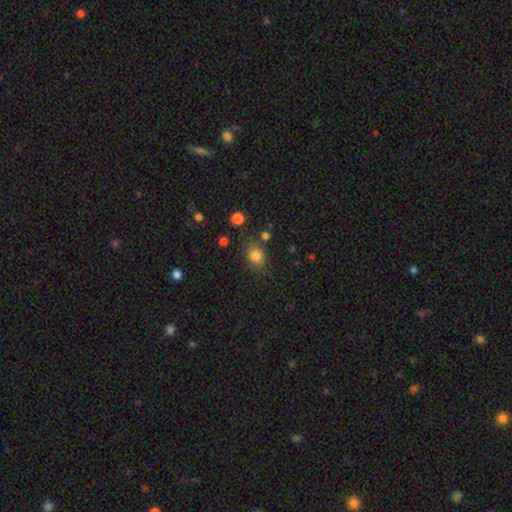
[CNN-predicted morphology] A smooth galaxy with no disk features (81%) that is round (54%). Merging: none (78%).